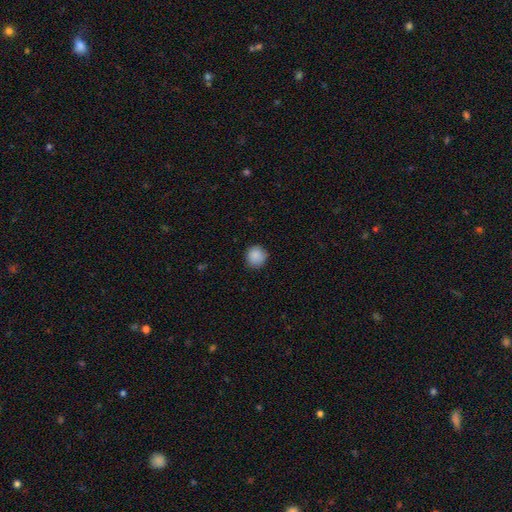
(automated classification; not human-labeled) Smooth or featured? Predicted: smooth (p=0.89). How rounded? Predicted: round (p=0.92). Merging? Predicted: none (p=0.88).